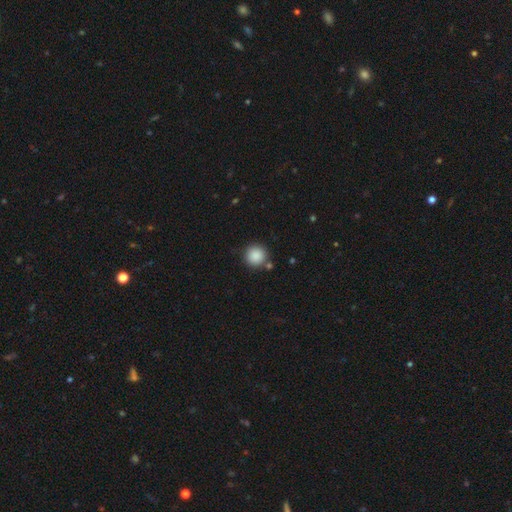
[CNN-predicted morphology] This appears to be a smooth galaxy with no disk features (88%) that is round (95%). Merging: none (82%).